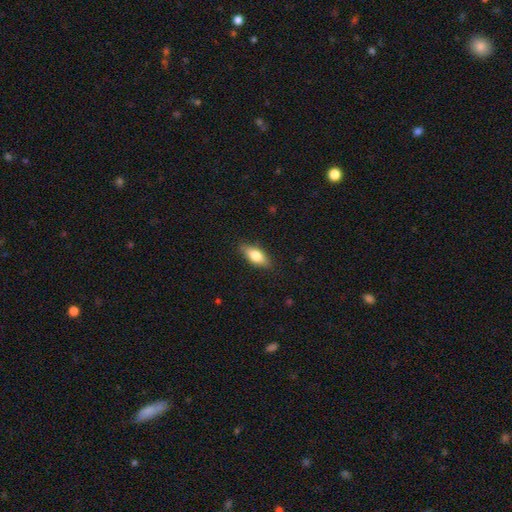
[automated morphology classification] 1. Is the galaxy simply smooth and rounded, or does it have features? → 69% smooth, 25% featured or disk, 7% star or artifact.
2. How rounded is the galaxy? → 75% in between, 21% cigar-shaped, 4% round.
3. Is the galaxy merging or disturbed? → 86% none, 11% minor disturbance, 2% major disturbance, 1% merger.